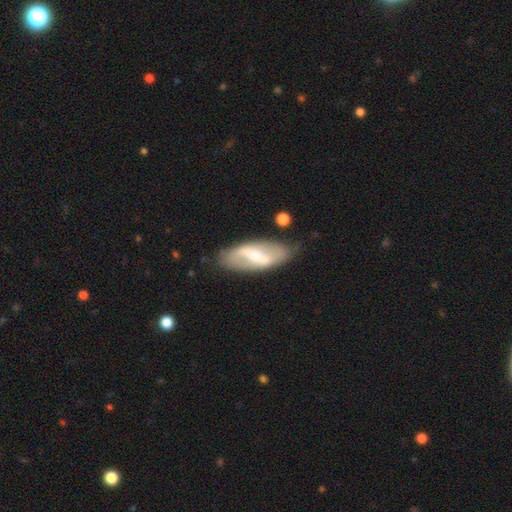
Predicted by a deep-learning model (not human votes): smooth_or_featured: featured or disk (p=0.63) [alt: smooth p=0.31]
disk_edge_on: no (p=0.86) [alt: yes p=0.14]
bar: strong (p=0.67) [alt: weak p=0.25]
has_spiral_arms: yes (p=0.52) [alt: no p=0.48]
bulge_size: small (p=0.47) [alt: moderate p=0.39]
merging: none (p=0.74) [alt: minor disturbance p=0.18]